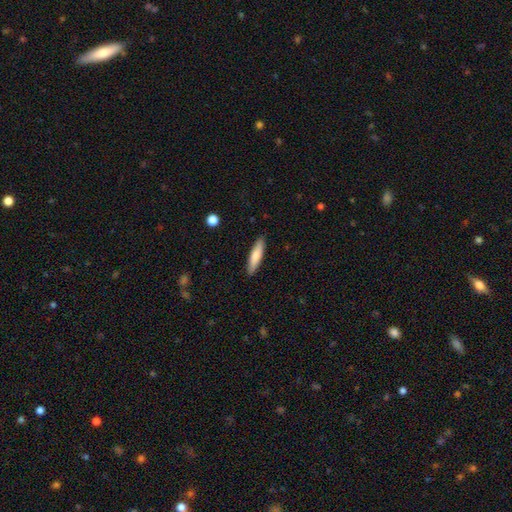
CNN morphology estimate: Overall: smooth (75%). How rounded: cigar-shaped (77%). Merging: none (89%).